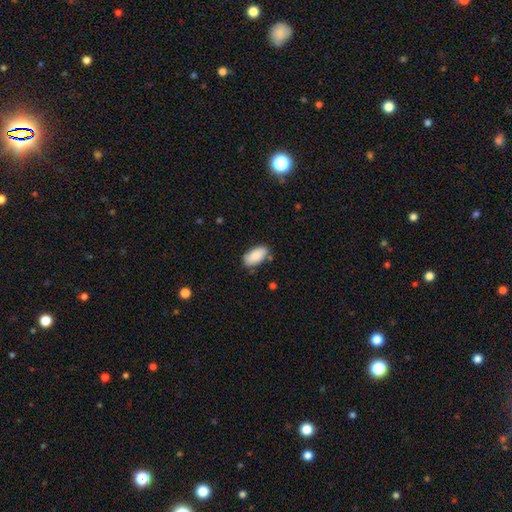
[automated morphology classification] Smooth or featured?
  - smooth: 89% *
  - star or artifact: 6%
  - featured or disk: 5%
How rounded?
  - in between: 93% *
  - cigar-shaped: 5%
  - round: 2%
Merging?
  - none: 79% *
  - minor disturbance: 15%
  - major disturbance: 3%
  - merger: 3%